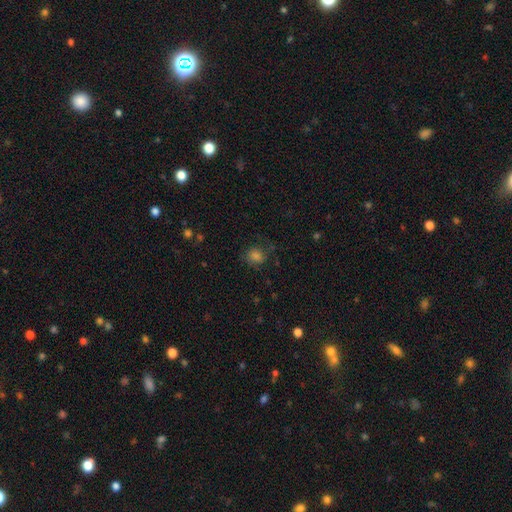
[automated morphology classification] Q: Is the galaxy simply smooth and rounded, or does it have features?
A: smooth — 70%.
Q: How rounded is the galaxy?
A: round — 74%.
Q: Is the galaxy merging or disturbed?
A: none — 72%.